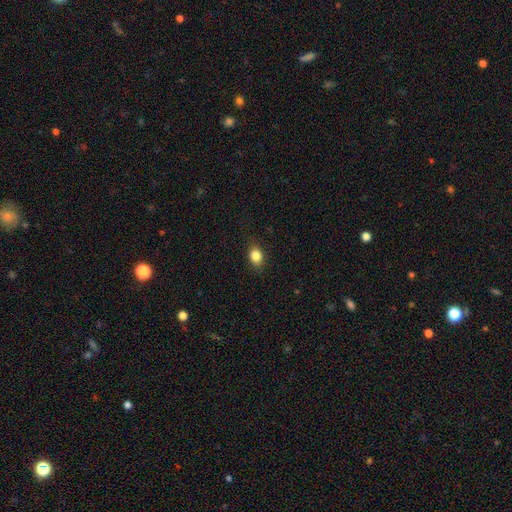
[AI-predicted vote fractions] Smooth or featured: smooth — 85% (star or artifact — 9%)
How rounded: in between — 68% (round — 30%)
Merging: none — 86% (minor disturbance — 11%)